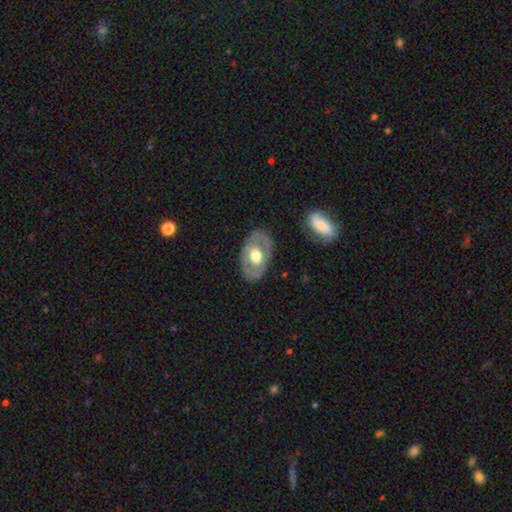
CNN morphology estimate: featured or disk 59%, smooth 36%, star or artifact 5%. Down the decision tree: edge-on disk — no (91%); bar — no (79%); spiral arms — no (76%); bulge size — moderate (56%); merging — none (80%).